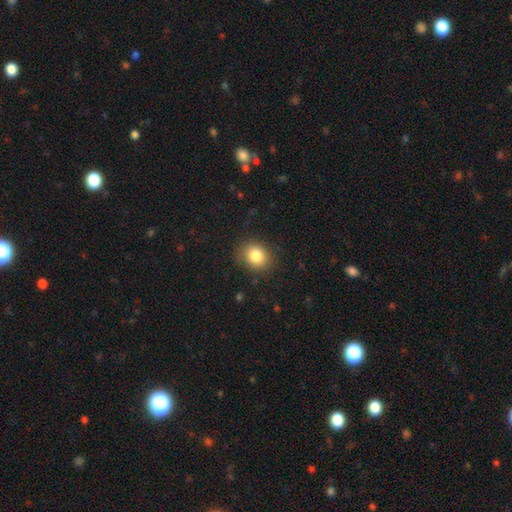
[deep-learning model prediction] Morphology: type=smooth (83%); roundness=round (66%); merging=none (86%).